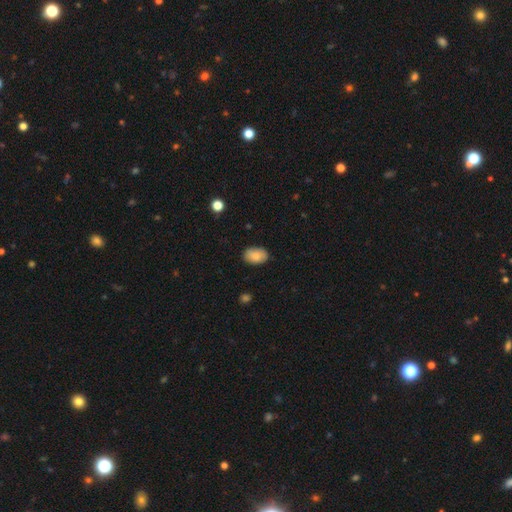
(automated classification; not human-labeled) Overall: smooth (86%). How rounded: in between (88%). Merging: none (86%).